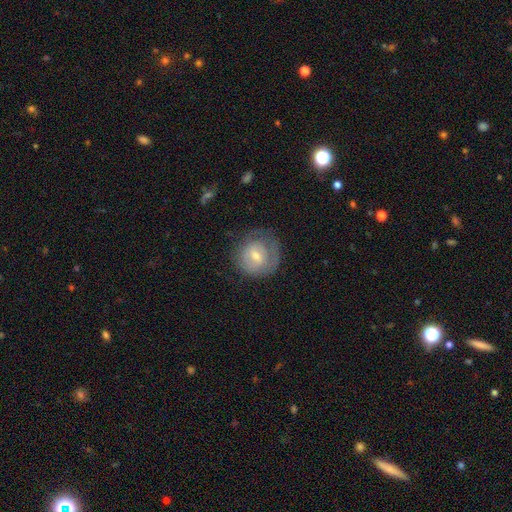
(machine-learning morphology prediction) Smooth or featured? smooth (48%)
Merging? none (60%)